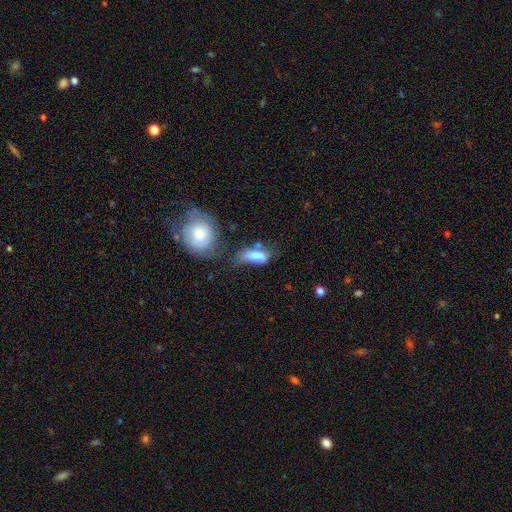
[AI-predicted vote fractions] This is likely a smooth galaxy (69%). How rounded: clearly in between (80%). Merging: marginally none (29%).